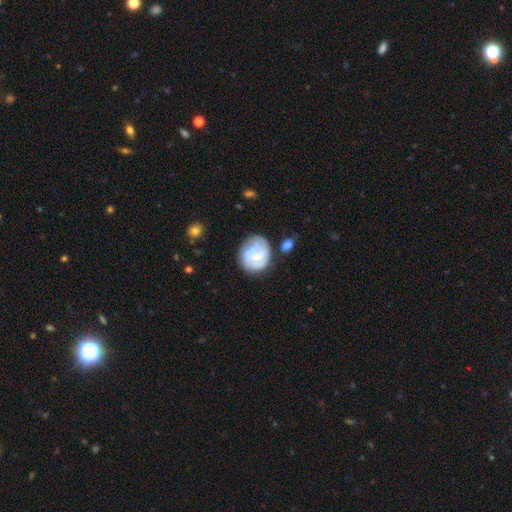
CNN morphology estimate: A featured or disk galaxy (51%).

Vote fractions:
- Smooth or featured? featured or disk: 51% / smooth: 41% / star or artifact: 8%
- Edge-on disk? no: 98% / yes: 2%
- Merging? none: 53% / minor disturbance: 24% / major disturbance: 13% / merger: 9%